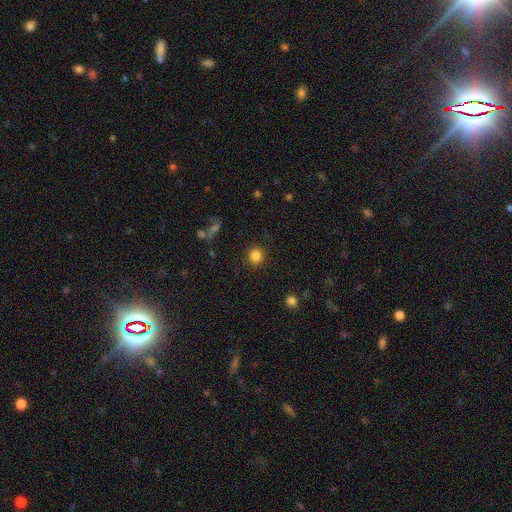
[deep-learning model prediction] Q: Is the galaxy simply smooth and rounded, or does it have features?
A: smooth — 84%.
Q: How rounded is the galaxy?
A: round — 88%.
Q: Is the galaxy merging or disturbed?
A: none — 89%.